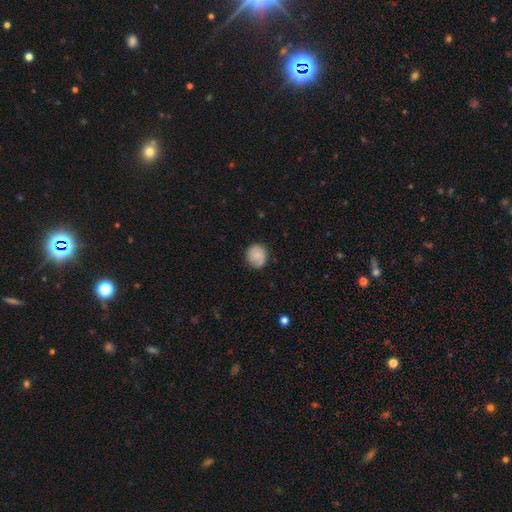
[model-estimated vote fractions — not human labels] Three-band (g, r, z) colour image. It shows a smooth galaxy with no disk features (76%) that is round (85%). Merging: none (81%).